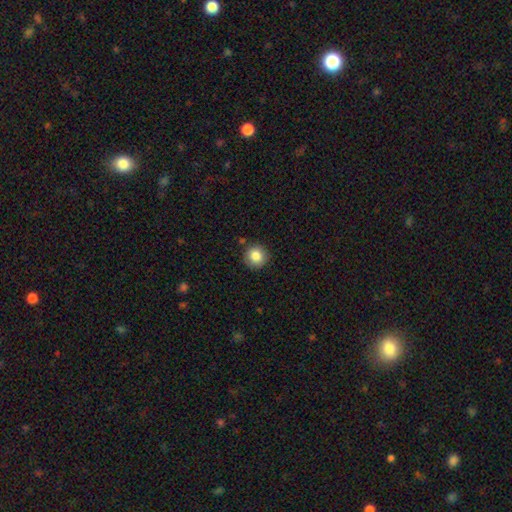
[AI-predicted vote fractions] A smooth galaxy with no disk features (85%) that is round (94%).

Vote fractions:
- Smooth or featured? smooth: 85% / star or artifact: 9% / featured or disk: 6%
- How rounded? round: 94% / in between: 5% / cigar-shaped: 1%
- Merging? none: 88% / minor disturbance: 8% / merger: 2% / major disturbance: 2%